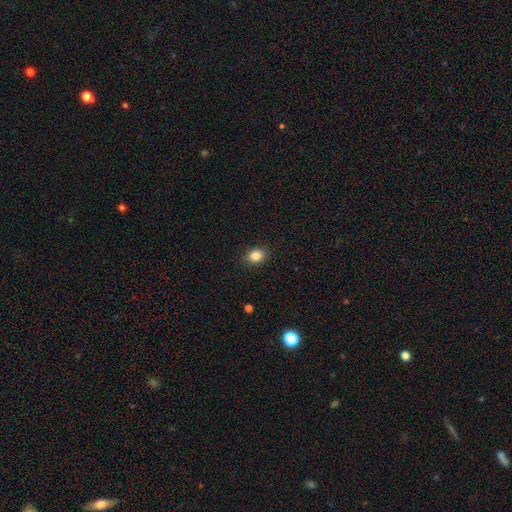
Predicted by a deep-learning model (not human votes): Smooth or featured? smooth (84%)
How rounded? round (58%)
Merging? none (90%)